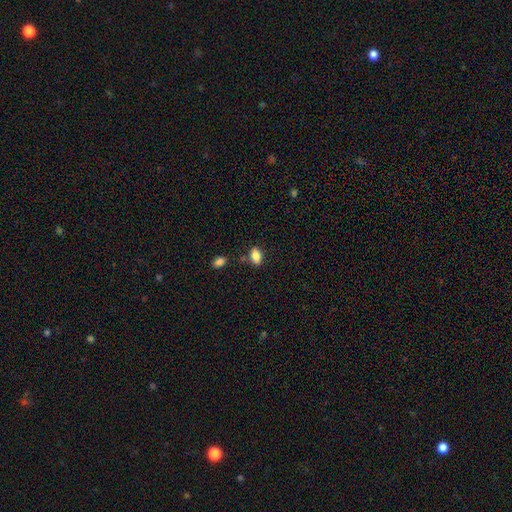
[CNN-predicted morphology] Smooth or featured? smooth (85%)
How rounded? in between (87%)
Merging? none (77%)